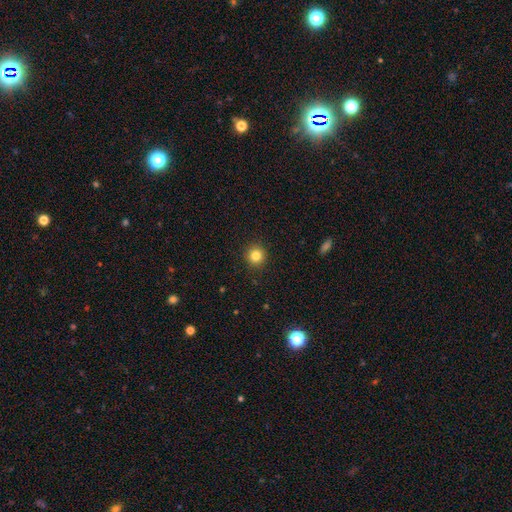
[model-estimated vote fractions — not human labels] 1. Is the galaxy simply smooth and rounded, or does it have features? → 83% smooth, 12% star or artifact, 6% featured or disk.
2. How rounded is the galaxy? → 93% round, 6% in between, 1% cigar-shaped.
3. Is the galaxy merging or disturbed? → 92% none, 5% minor disturbance, 2% major disturbance, 1% merger.